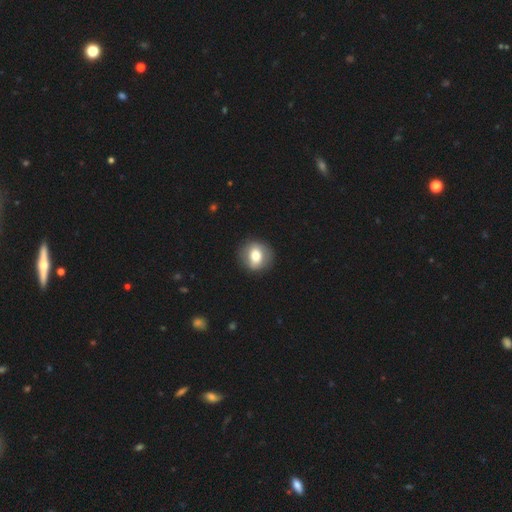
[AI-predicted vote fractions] A smooth galaxy with no disk features (68%) that is round (75%).

Vote fractions:
- Smooth or featured? smooth: 68% / featured or disk: 24% / star or artifact: 8%
- How rounded? round: 75% / in between: 24% / cigar-shaped: 1%
- Merging? none: 86% / minor disturbance: 9% / major disturbance: 3% / merger: 1%